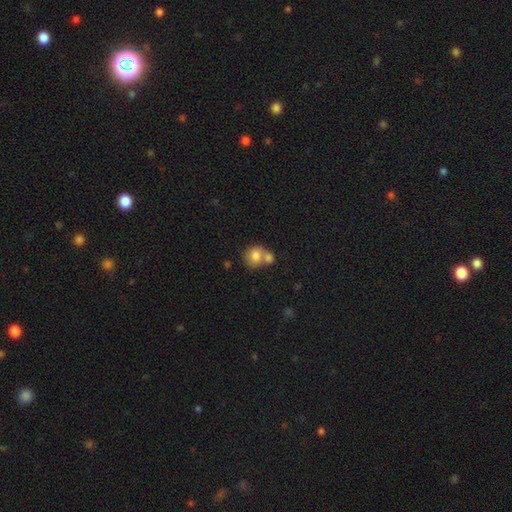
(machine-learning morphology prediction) type=smooth (79%); roundness=round (71%); merging=merger (52%).